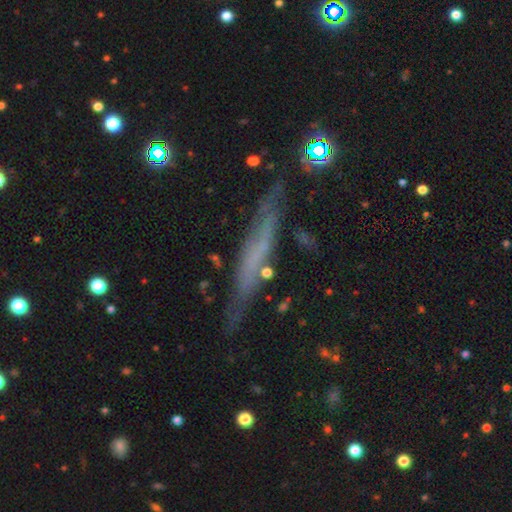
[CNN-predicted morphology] Smooth or featured: featured or disk — 55% (smooth — 33%)
Edge-on disk: yes — 81% (no — 19%)
Merging: none — 73% (minor disturbance — 18%)